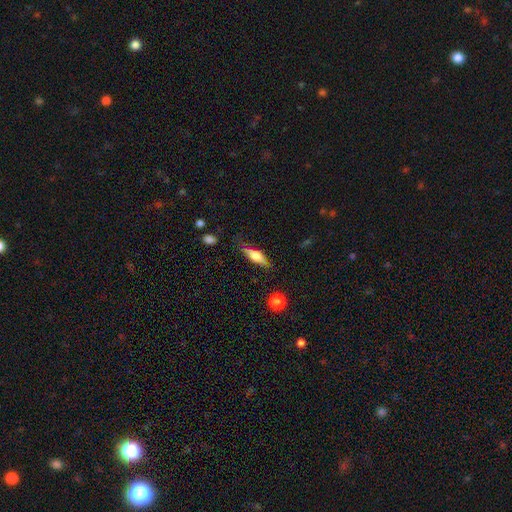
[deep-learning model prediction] Smooth or featured? Predicted: smooth (p=0.49). Merging? Predicted: none (p=0.76).